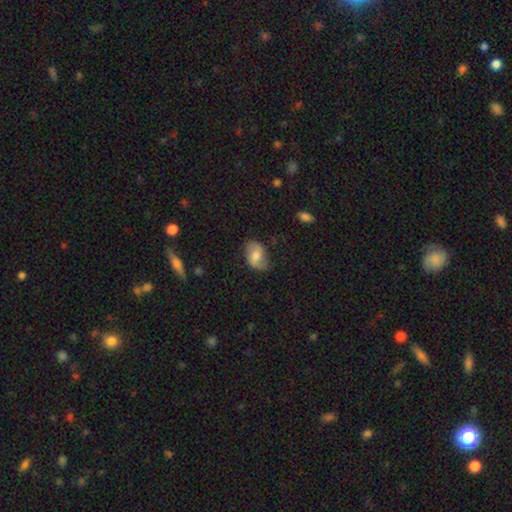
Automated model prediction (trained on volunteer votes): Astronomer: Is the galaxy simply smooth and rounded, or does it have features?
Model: featured or disk — 48% (runner-up: smooth, 44%).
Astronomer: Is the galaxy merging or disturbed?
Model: none — 67%.